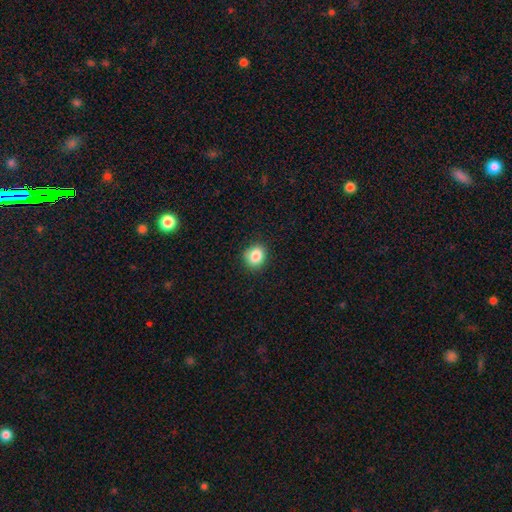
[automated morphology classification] smooth_or_featured: smooth (p=0.85) [alt: star or artifact p=0.10]
how_rounded: round (p=0.71) [alt: in between p=0.28]
merging: none (p=0.87) [alt: minor disturbance p=0.10]